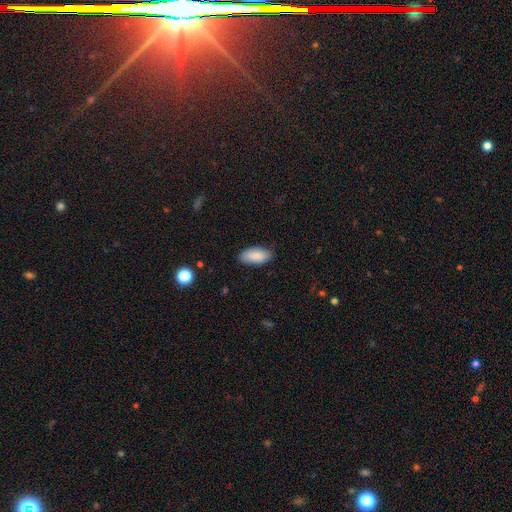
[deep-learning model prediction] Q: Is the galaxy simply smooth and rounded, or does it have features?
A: smooth — 88%.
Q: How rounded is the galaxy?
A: in between — 90%.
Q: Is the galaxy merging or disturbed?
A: none — 85%.